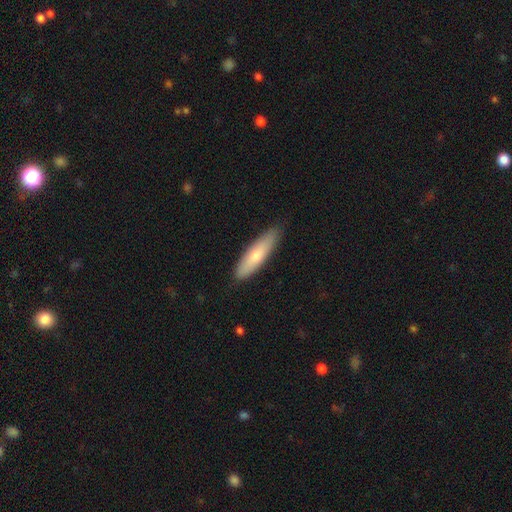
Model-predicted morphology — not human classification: Smooth or featured?
  - smooth: 69% *
  - featured or disk: 25%
  - star or artifact: 6%
How rounded?
  - cigar-shaped: 69% *
  - in between: 30%
  - round: 2%
Merging?
  - none: 85% *
  - minor disturbance: 12%
  - major disturbance: 2%
  - merger: 1%